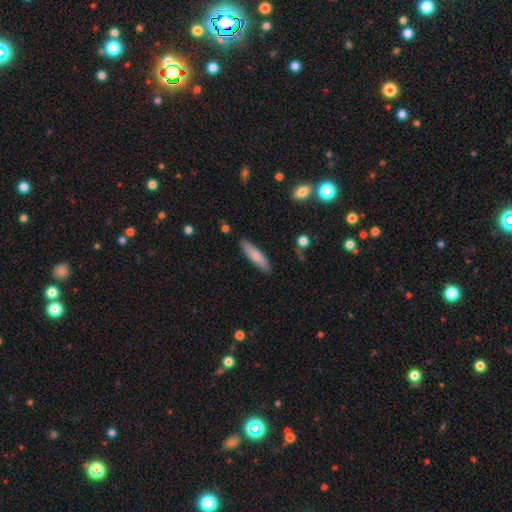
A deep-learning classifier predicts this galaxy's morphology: A smooth galaxy with no disk features (79%) that is cigar-shaped (78%). Merging: none (85%).